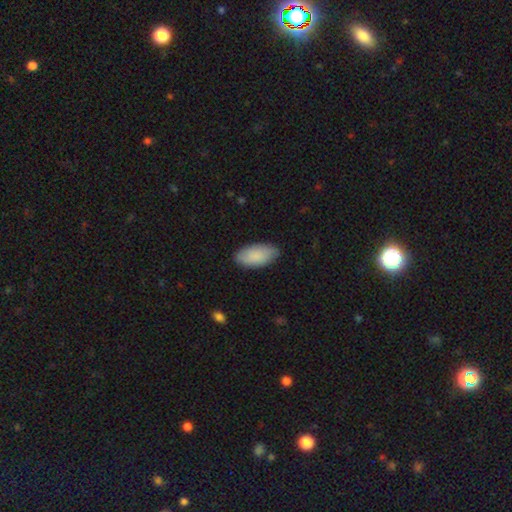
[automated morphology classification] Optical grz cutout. It shows a smooth galaxy with no disk features (87%) that is in between round and cigar-shaped (94%). Merging: none (84%).